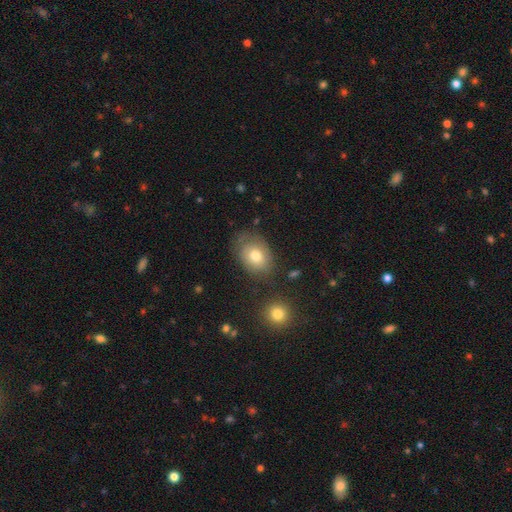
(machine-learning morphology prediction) Q: Smooth or featured?
A: smooth (69%); runner-up: featured or disk (23%)
Q: How rounded?
A: in between (68%); runner-up: round (31%)
Q: Merging?
A: none (61%); runner-up: minor disturbance (25%)